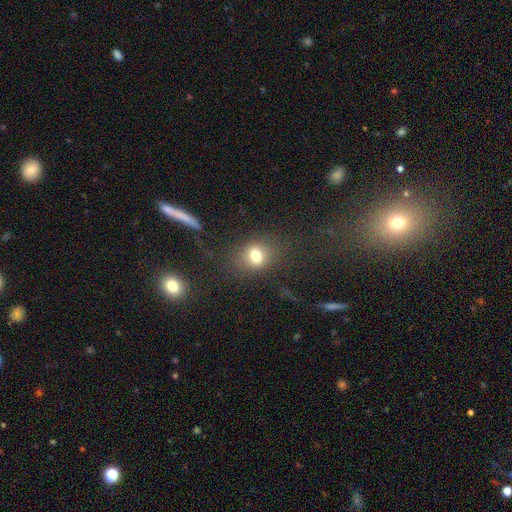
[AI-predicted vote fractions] Smooth or featured? smooth (71%)
How rounded? in between (60%)
Merging? none (71%)